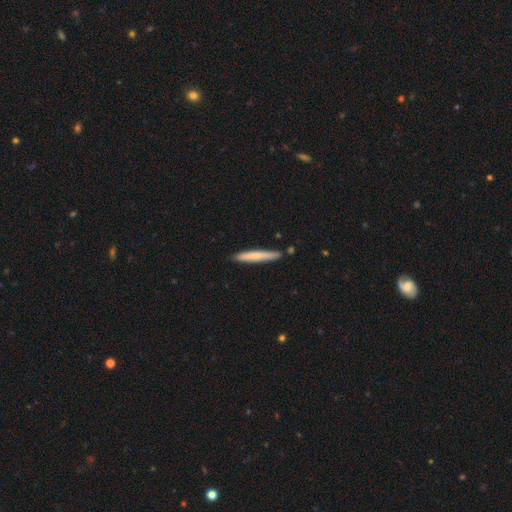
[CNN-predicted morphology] Smooth or featured? Predicted: smooth (p=0.72). How rounded? Predicted: cigar-shaped (p=0.95). Merging? Predicted: none (p=0.86).